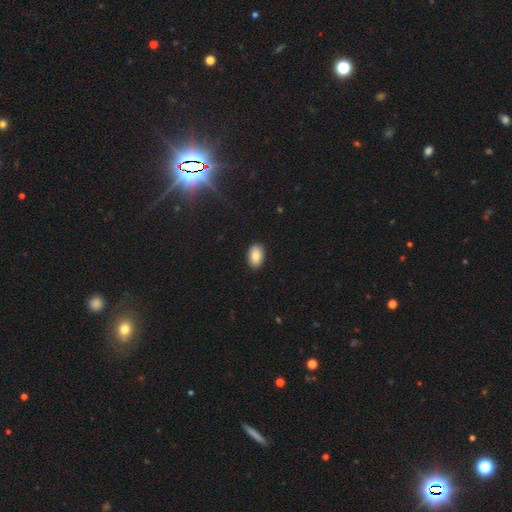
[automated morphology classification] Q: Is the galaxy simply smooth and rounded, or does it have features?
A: smooth — 84%.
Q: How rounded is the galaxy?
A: in between — 91%.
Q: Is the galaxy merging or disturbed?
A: none — 90%.